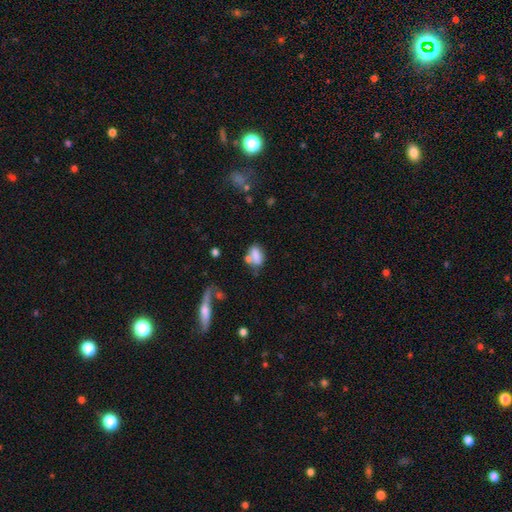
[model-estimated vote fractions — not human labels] smooth-or-featured: smooth: 75% | featured or disk: 15% | star or artifact: 10%
  how-rounded: in between: 83% | round: 9% | cigar-shaped: 8%
  merging: none: 46% | merger: 27% | minor disturbance: 19% | major disturbance: 8%